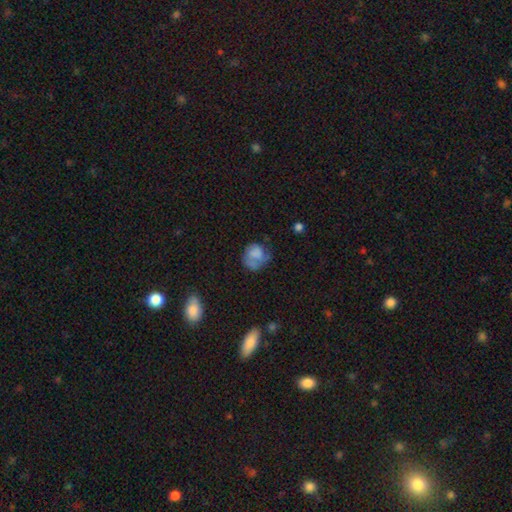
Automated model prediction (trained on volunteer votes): smooth_or_featured: smooth (p=0.57) [alt: featured or disk p=0.33]
how_rounded: round (p=0.68) [alt: in between p=0.31]
merging: none (p=0.41) [alt: minor disturbance p=0.28]